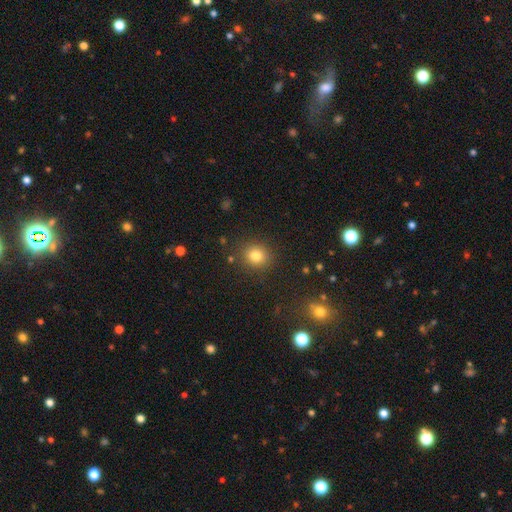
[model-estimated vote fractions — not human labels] This appears to be a smooth galaxy with no disk features (81%) that is round (77%). Merging: none (86%).